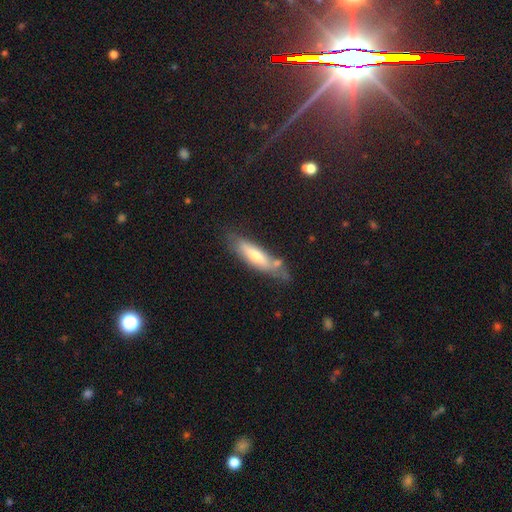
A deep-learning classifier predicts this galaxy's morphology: This is possibly a smooth galaxy (50%). Merging: possibly none (58%).